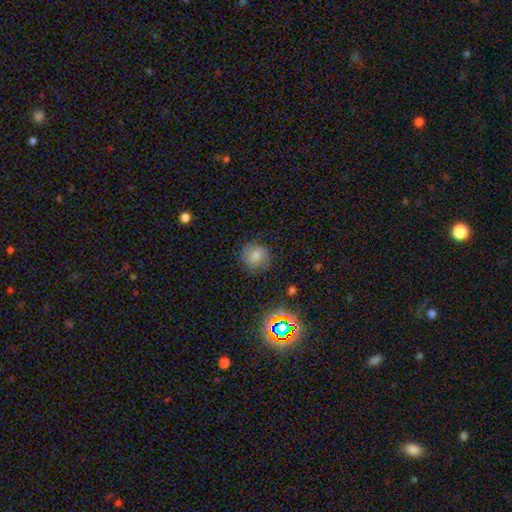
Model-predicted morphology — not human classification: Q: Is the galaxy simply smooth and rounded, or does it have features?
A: smooth — 75%.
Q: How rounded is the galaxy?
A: round — 87%.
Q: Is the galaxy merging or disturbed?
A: none — 80%.